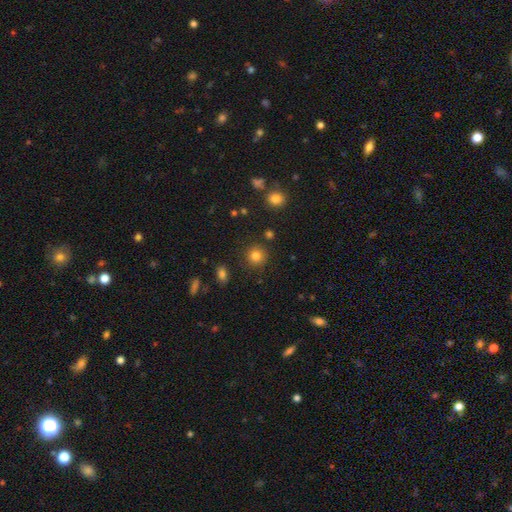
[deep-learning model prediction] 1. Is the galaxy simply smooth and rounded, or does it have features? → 82% smooth, 12% star or artifact, 5% featured or disk.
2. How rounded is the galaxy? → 91% round, 8% in between, 1% cigar-shaped.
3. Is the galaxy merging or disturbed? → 88% none, 7% minor disturbance, 3% major disturbance, 2% merger.